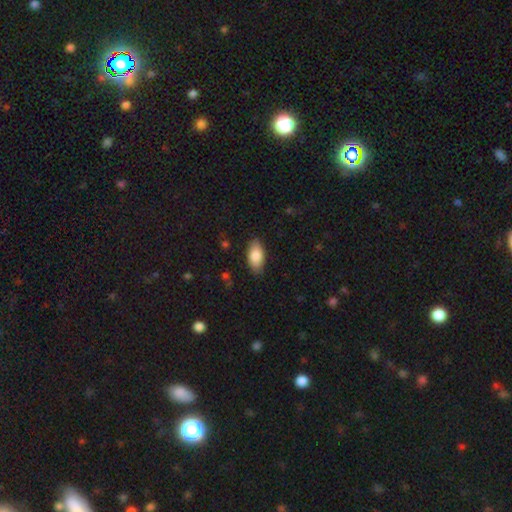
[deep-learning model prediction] The model was most divided on "merging": none: 84%, minor disturbance: 12%, major disturbance: 2%, merger: 1%. More confident: how rounded — in between (93%); smooth or featured — smooth (85%).